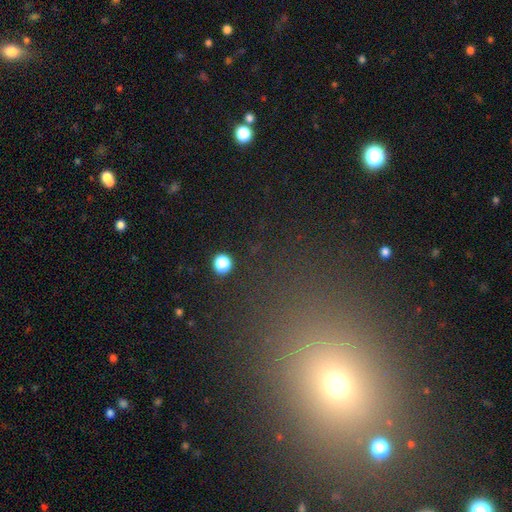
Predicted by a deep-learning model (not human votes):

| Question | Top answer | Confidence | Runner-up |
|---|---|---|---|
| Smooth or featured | star or artifact | 48% | smooth (43%) |